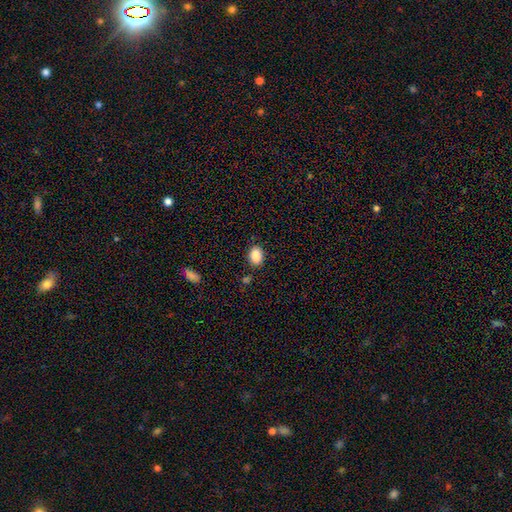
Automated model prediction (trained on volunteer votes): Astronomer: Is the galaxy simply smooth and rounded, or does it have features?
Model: smooth — 88%.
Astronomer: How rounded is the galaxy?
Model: in between — 76%.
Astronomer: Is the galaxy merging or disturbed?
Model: none — 84%.